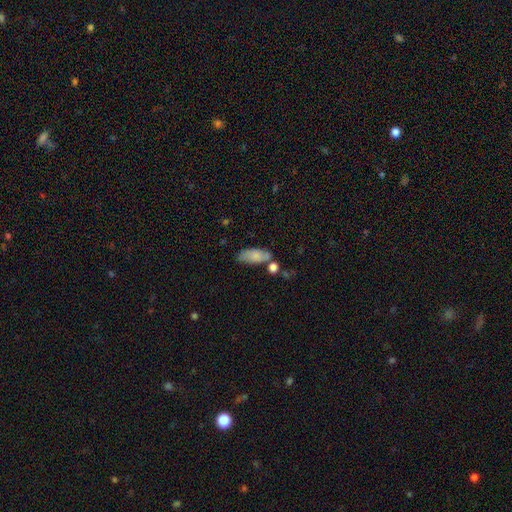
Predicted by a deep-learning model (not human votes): Smooth or featured?
  - smooth: 78% *
  - featured or disk: 15%
  - star or artifact: 7%
How rounded?
  - in between: 83% *
  - cigar-shaped: 14%
  - round: 3%
Merging?
  - none: 53% *
  - minor disturbance: 22%
  - merger: 18%
  - major disturbance: 7%